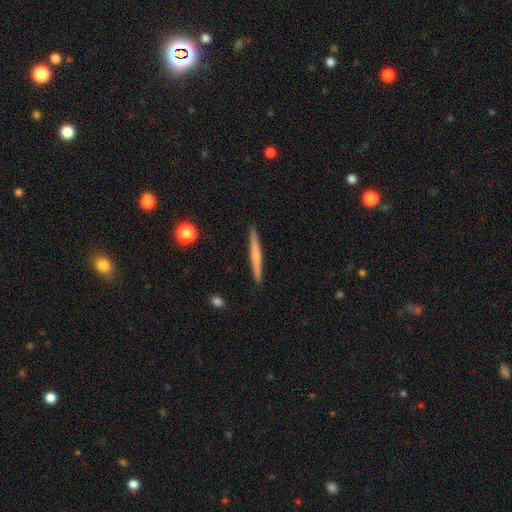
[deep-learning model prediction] Smooth or featured? smooth (49%)
Merging? none (92%)